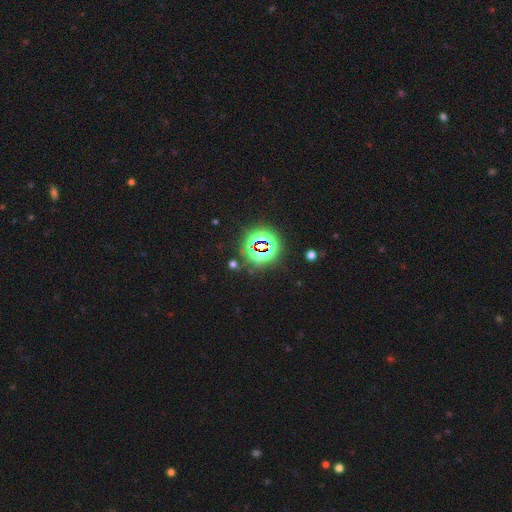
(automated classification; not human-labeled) Morphology: type=star or artifact (81%).